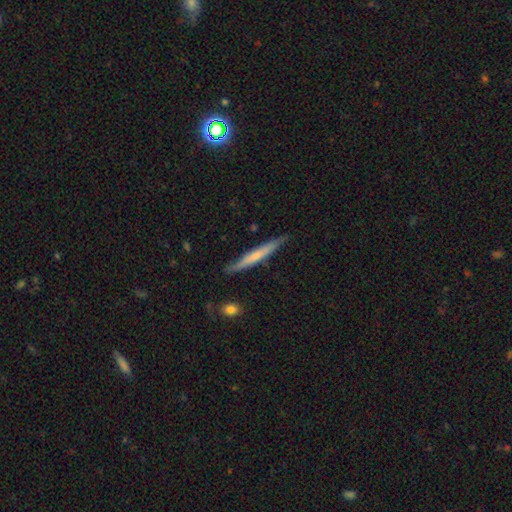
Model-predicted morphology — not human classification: A smooth galaxy with no disk features (50%).

Vote fractions:
- Smooth or featured? smooth: 50% / featured or disk: 45% / star or artifact: 5%
- Merging? none: 85% / minor disturbance: 12% / major disturbance: 2% / merger: 2%